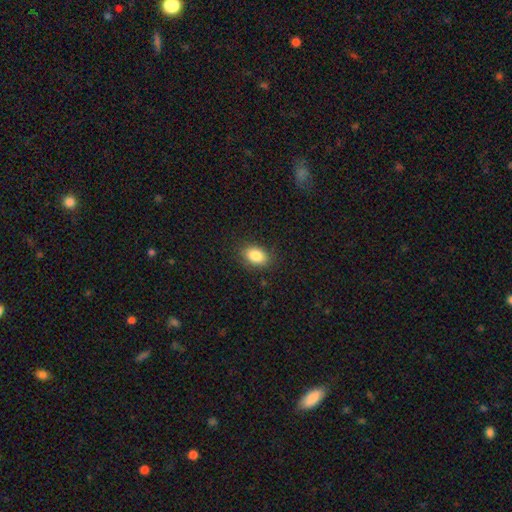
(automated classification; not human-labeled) A smooth galaxy with no disk features (86%) that is in between round and cigar-shaped (81%). Merging: none (85%).